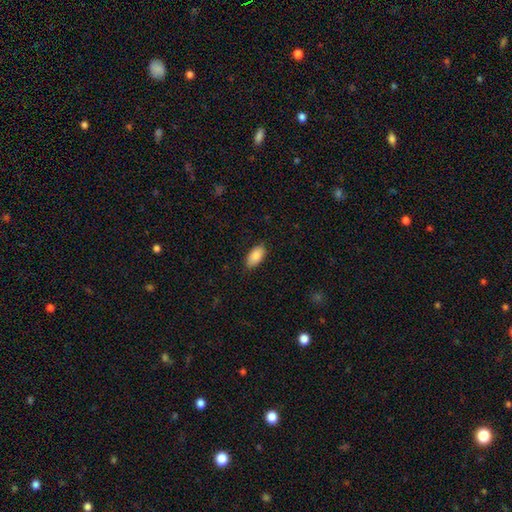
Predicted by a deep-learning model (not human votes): This appears to be a smooth galaxy with no disk features (87%) that is in between round and cigar-shaped (94%). Merging: none (85%).